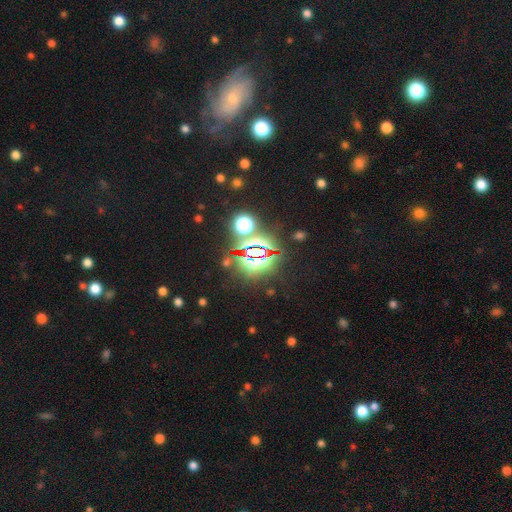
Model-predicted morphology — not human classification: A star or artifact, not a galaxy (82%).

Vote fractions:
- Smooth or featured? star or artifact: 82% / smooth: 10% / featured or disk: 8%